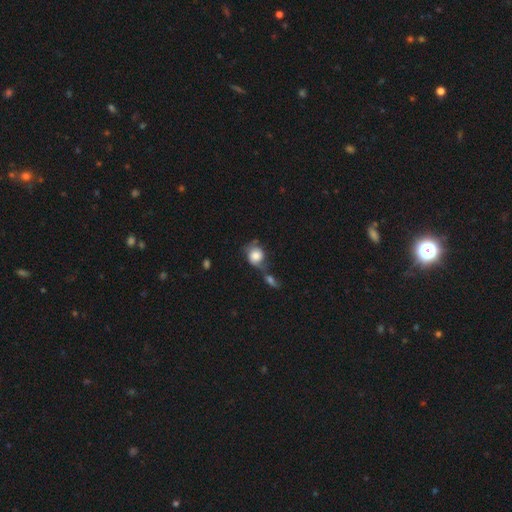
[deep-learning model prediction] smooth 66%, featured or disk 25%, star or artifact 9%. Down the decision tree: how rounded — round (67%); merging — merger (34%).